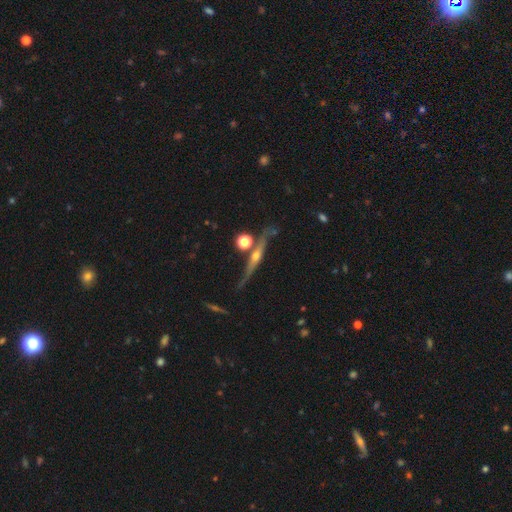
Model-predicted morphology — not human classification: A featured or disk galaxy (78%) viewed edge-on (96%) with a rounded central bulge (90%). Merging: none (77%).